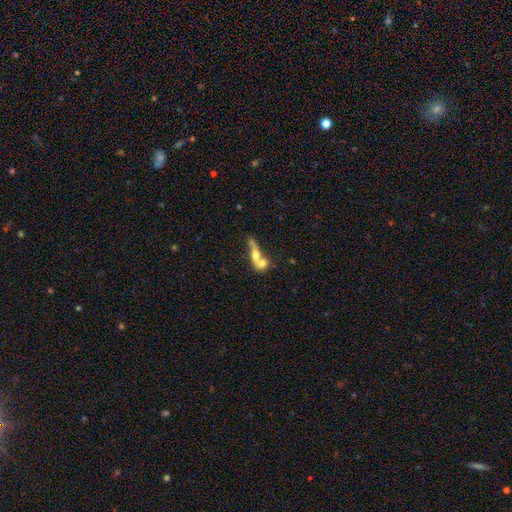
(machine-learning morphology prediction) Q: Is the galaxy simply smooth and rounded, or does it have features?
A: smooth — 58%.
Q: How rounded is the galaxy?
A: in between — 42%.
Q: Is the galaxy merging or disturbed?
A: merger — 70%.